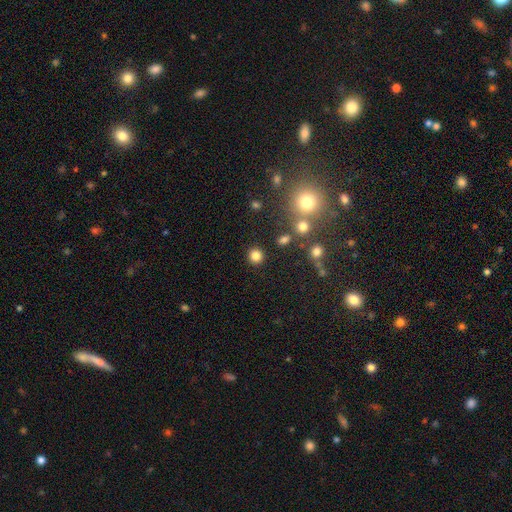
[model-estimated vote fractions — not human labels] The model was most divided on "smooth or featured": smooth: 82%, star or artifact: 13%, featured or disk: 5%. More confident: how rounded — round (91%); merging — none (88%).